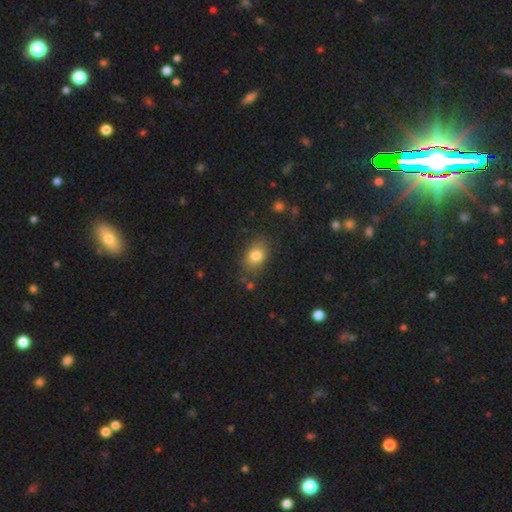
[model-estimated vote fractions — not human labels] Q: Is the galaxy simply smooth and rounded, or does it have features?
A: smooth — 81%.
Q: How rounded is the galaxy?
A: in between — 73%.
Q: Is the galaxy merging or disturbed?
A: none — 79%.